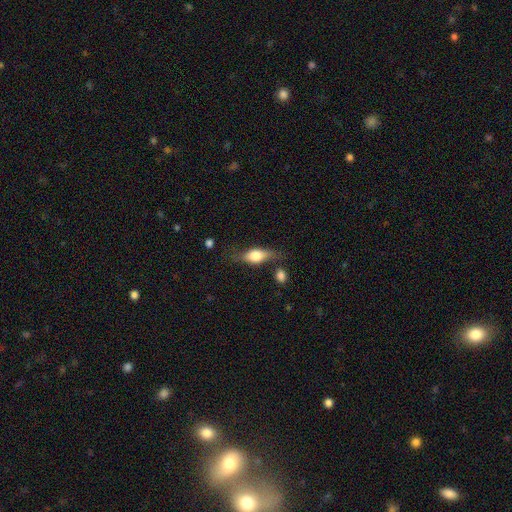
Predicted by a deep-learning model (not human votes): This appears to be a smooth galaxy with no disk features (56%) that is in between round and cigar-shaped (74%). Merging: none (58%).